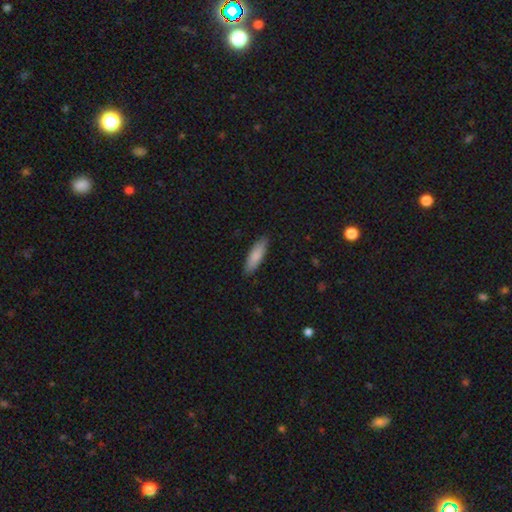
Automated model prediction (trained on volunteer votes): The model was most divided on "how rounded": cigar-shaped: 51%, in between: 48%, round: 1%. More confident: merging — none (88%); smooth or featured — smooth (86%).